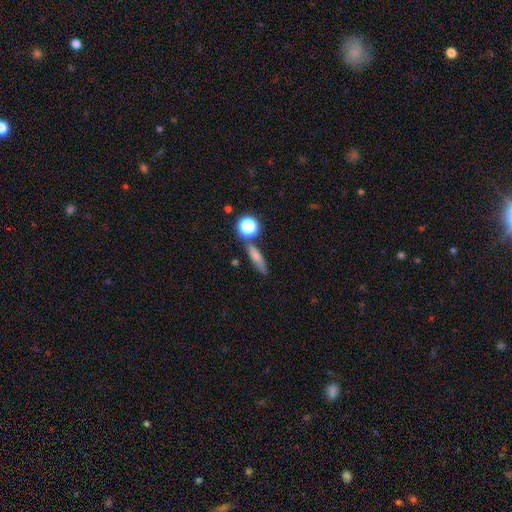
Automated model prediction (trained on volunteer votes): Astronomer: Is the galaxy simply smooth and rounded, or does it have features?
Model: smooth — 69%.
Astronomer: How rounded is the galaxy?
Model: cigar-shaped — 57%.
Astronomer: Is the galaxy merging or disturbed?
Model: none — 70%.